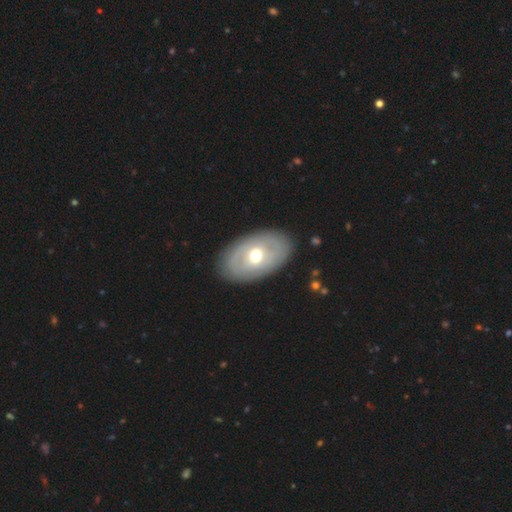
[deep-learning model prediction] A featured or disk galaxy (55%).

Vote fractions:
- Smooth or featured? featured or disk: 55% / smooth: 40% / star or artifact: 5%
- Edge-on disk? no: 91% / yes: 9%
- Merging? none: 86% / minor disturbance: 9% / major disturbance: 3% / merger: 1%